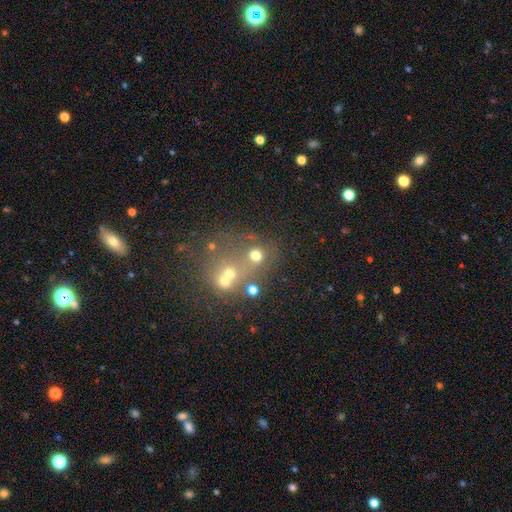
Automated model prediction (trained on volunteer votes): smooth_or_featured: smooth (p=0.59) [alt: star or artifact p=0.25]
how_rounded: round (p=0.77) [alt: in between p=0.22]
merging: none (p=0.46) [alt: merger p=0.37]